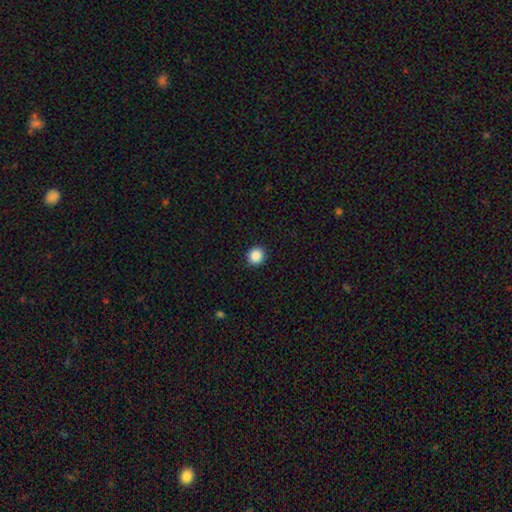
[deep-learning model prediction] This is clearly a smooth galaxy (88%). How rounded: clearly round (90%). Merging: clearly none (92%).